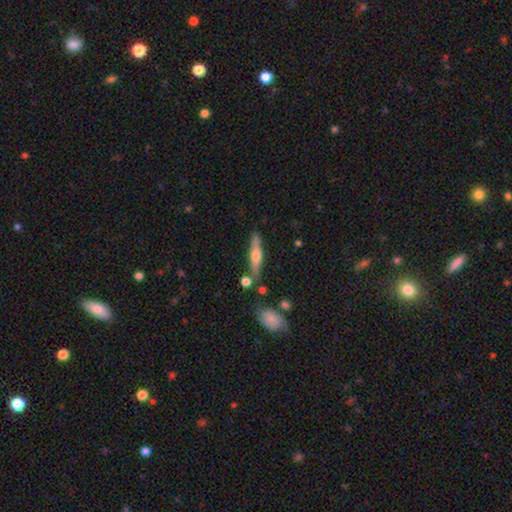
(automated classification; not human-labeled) Smooth or featured? featured or disk (53%)
Edge-on disk? yes (93%)
Merging? none (78%)